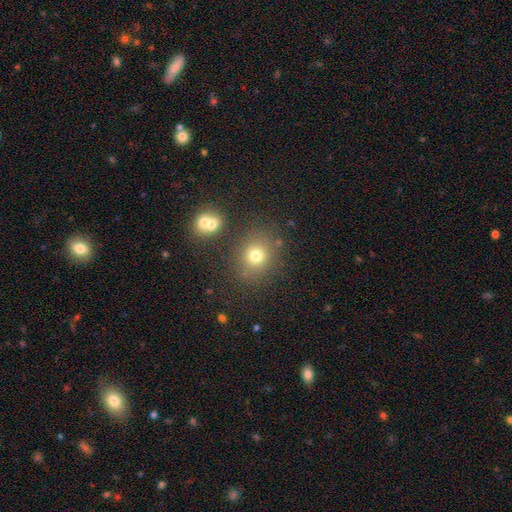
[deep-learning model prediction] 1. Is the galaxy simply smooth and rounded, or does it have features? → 73% smooth, 16% star or artifact, 10% featured or disk.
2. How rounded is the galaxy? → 76% round, 23% in between, 1% cigar-shaped.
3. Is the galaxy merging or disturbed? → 76% none, 10% minor disturbance, 9% merger, 5% major disturbance.